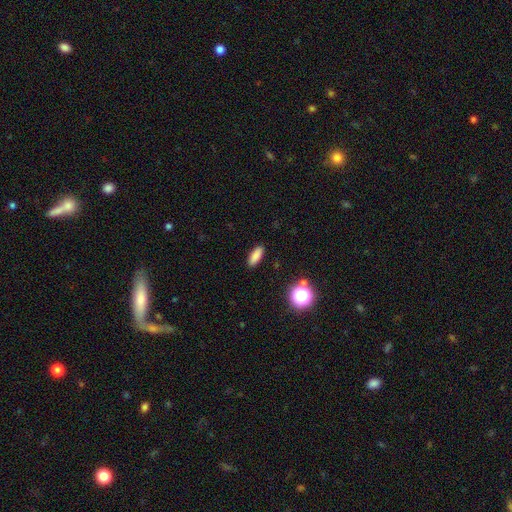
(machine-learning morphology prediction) smooth 84%, star or artifact 11%, featured or disk 5%. Down the decision tree: how rounded — in between (68%); merging — none (90%).